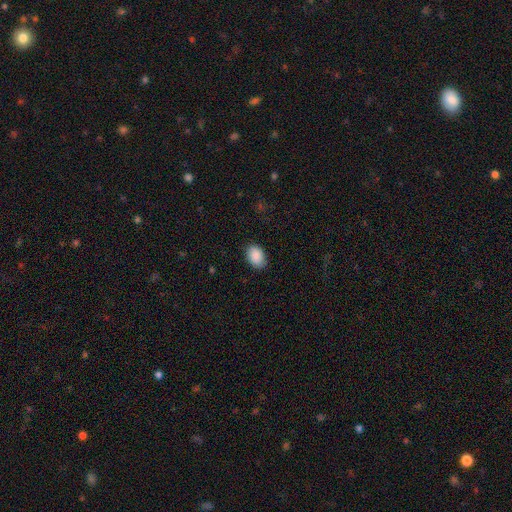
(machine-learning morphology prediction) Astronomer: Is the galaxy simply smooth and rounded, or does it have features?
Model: smooth — 89%.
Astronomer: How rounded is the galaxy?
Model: in between — 83%.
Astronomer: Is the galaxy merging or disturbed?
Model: none — 84%.